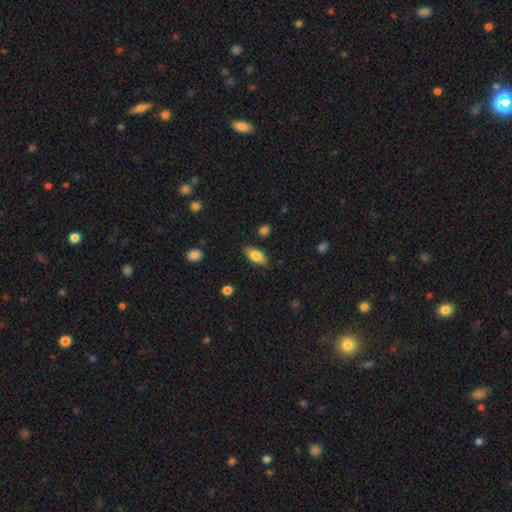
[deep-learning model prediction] Smooth or featured?
  - smooth: 80% *
  - featured or disk: 13%
  - star or artifact: 7%
How rounded?
  - in between: 84% *
  - cigar-shaped: 14%
  - round: 3%
Merging?
  - none: 83% *
  - minor disturbance: 12%
  - major disturbance: 3%
  - merger: 2%